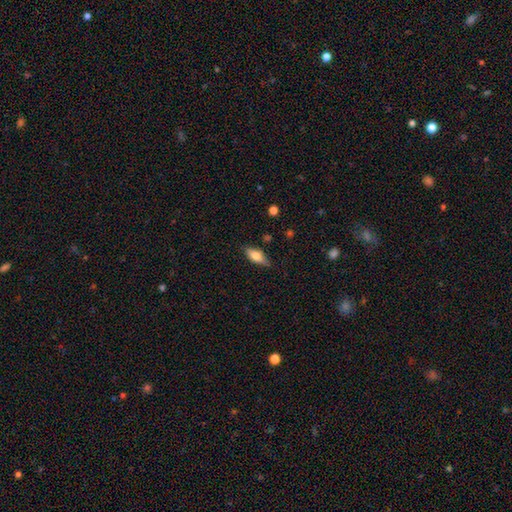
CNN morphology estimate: This appears to be a smooth galaxy with no disk features (66%) that is in between round and cigar-shaped (71%). Merging: none (80%).